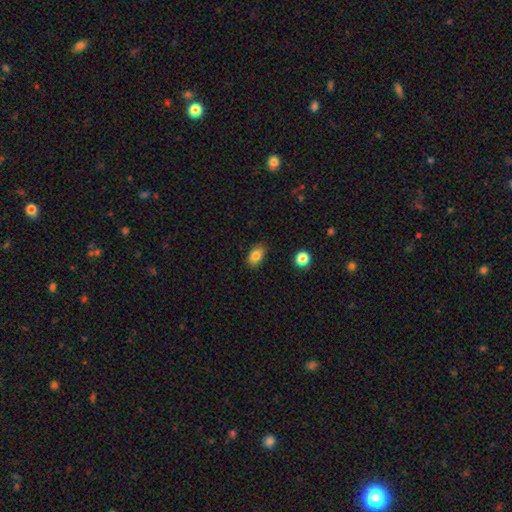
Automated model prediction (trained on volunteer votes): smooth-or-featured: smooth: 84% | star or artifact: 9% | featured or disk: 7%
  how-rounded: in between: 89% | round: 9% | cigar-shaped: 2%
  merging: none: 87% | minor disturbance: 10% | major disturbance: 2% | merger: 1%